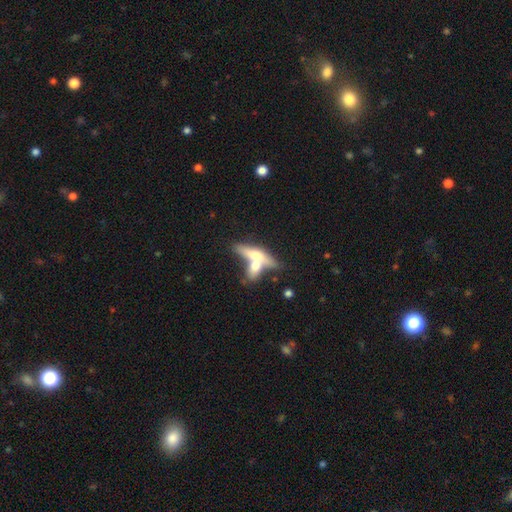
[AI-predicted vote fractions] A smooth galaxy with no disk features (50%). Merging: merger (58%).